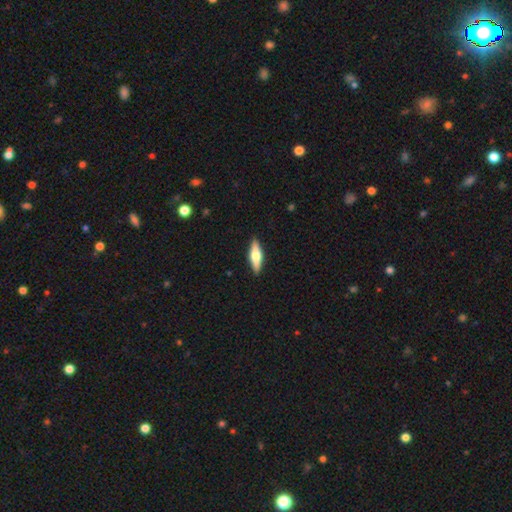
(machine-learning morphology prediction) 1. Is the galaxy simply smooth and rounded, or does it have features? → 51% featured or disk, 44% smooth, 6% star or artifact.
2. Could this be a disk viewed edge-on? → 94% yes, 6% no.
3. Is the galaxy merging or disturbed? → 90% none, 7% minor disturbance, 2% major disturbance, 1% merger.